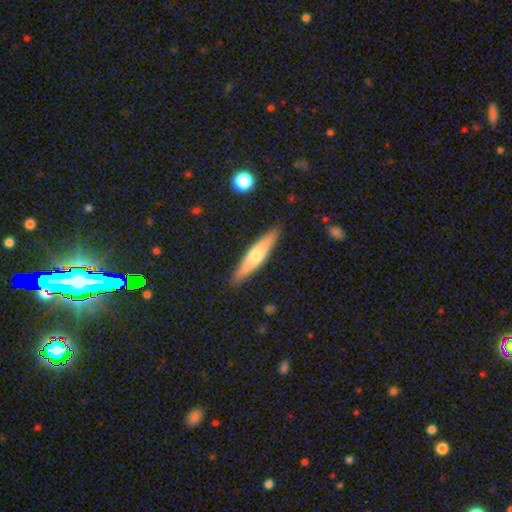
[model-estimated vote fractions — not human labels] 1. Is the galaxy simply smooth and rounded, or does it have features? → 50% smooth, 44% featured or disk, 6% star or artifact.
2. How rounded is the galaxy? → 85% cigar-shaped, 14% in between, 2% round.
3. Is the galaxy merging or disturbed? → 89% none, 8% minor disturbance, 2% major disturbance, 1% merger.